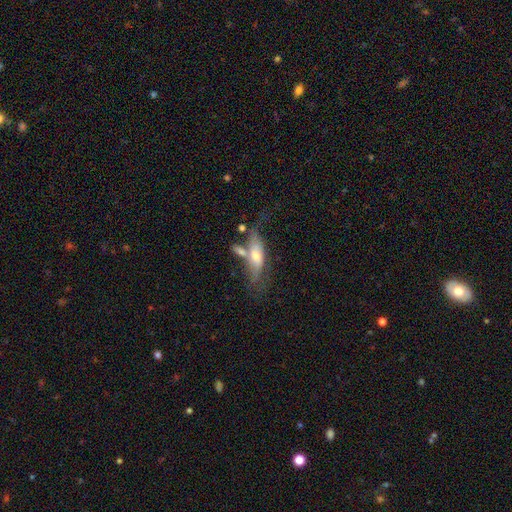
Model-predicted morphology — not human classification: type=featured or disk (51%); edge-on=yes (55%); merging=none (39%).